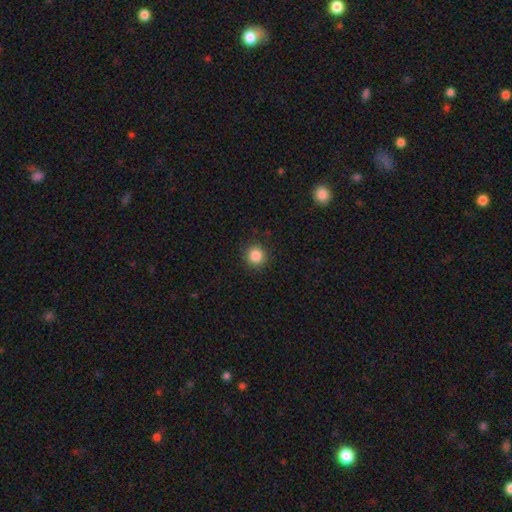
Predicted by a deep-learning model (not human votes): smooth 86%, star or artifact 11%, featured or disk 4%. Down the decision tree: how rounded — round (93%); merging — none (91%).